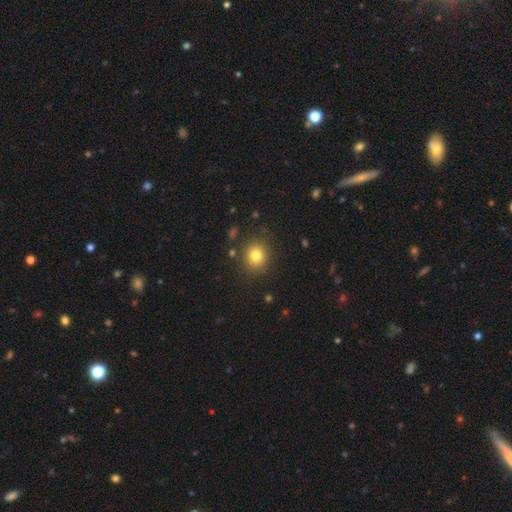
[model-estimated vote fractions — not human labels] smooth-or-featured: smooth: 79% | star or artifact: 13% | featured or disk: 8%
  how-rounded: round: 80% | in between: 19% | cigar-shaped: 1%
  merging: none: 86% | minor disturbance: 9% | major disturbance: 3% | merger: 2%